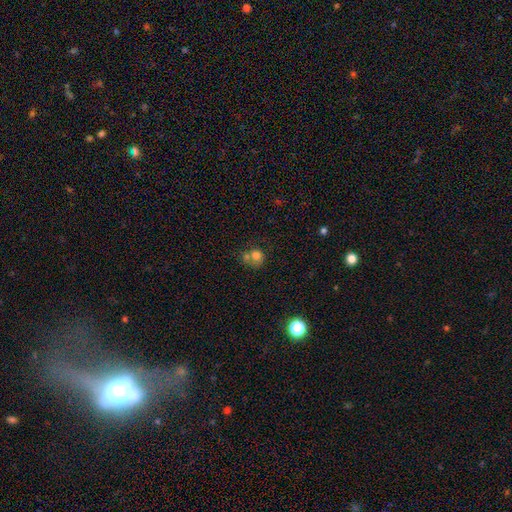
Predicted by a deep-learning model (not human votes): Smooth or featured? smooth (73%)
How rounded? round (75%)
Merging? merger (47%)